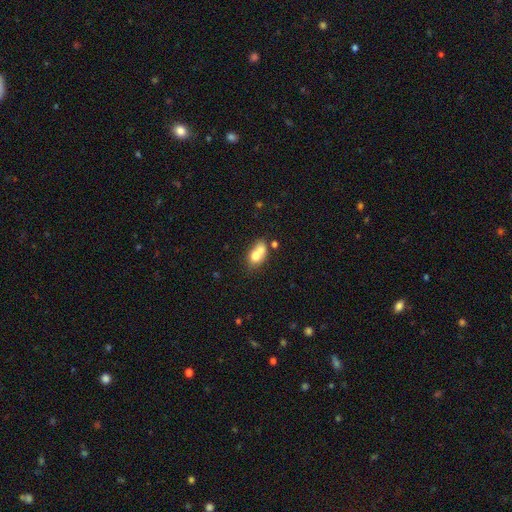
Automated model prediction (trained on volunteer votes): smooth_or_featured: smooth (p=0.68) [alt: featured or disk p=0.22]
how_rounded: in between (p=0.67) [alt: round p=0.30]
merging: merger (p=0.55) [alt: none p=0.27]